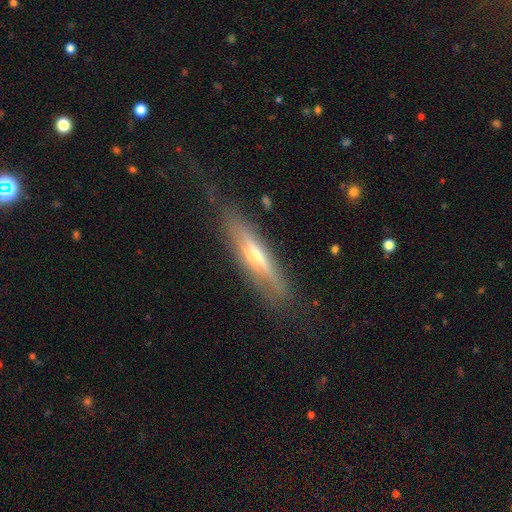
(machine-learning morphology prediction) Smooth or featured? featured or disk (67%)
Edge-on disk? yes (90%)
Edge-on bulge? rounded (68%)
Merging? none (74%)